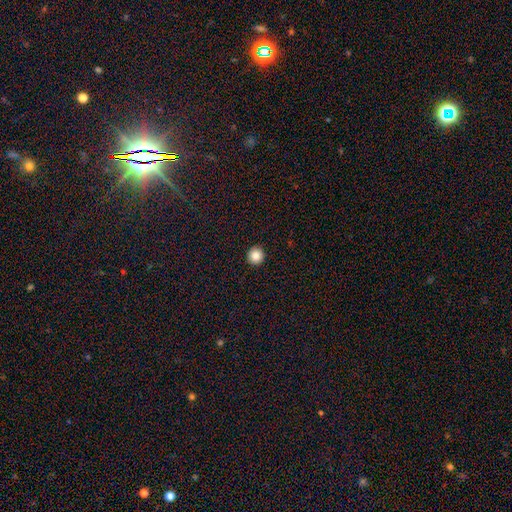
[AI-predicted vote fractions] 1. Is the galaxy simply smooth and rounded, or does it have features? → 86% smooth, 10% star or artifact, 4% featured or disk.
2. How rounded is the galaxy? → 95% round, 4% in between, 1% cigar-shaped.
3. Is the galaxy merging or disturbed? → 94% none, 4% minor disturbance, 1% major disturbance, 1% merger.